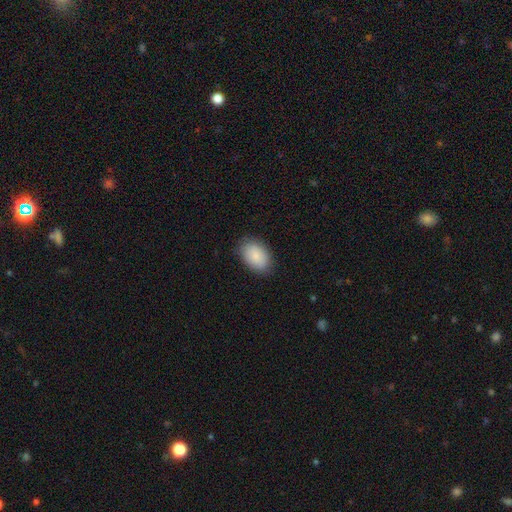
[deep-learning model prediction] Smooth or featured?
  - smooth: 88% *
  - star or artifact: 6%
  - featured or disk: 5%
How rounded?
  - in between: 90% *
  - round: 9%
  - cigar-shaped: 1%
Merging?
  - none: 85% *
  - minor disturbance: 11%
  - major disturbance: 3%
  - merger: 1%